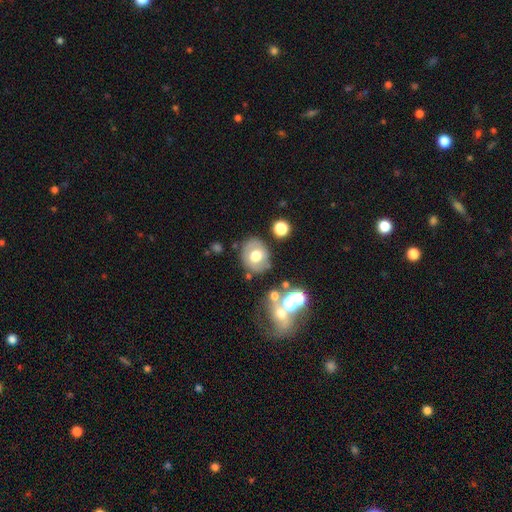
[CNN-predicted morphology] smooth-or-featured: smooth: 59% | featured or disk: 31% | star or artifact: 10%
  how-rounded: round: 71% | in between: 28% | cigar-shaped: 1%
  merging: none: 76% | minor disturbance: 13% | merger: 6% | major disturbance: 5%